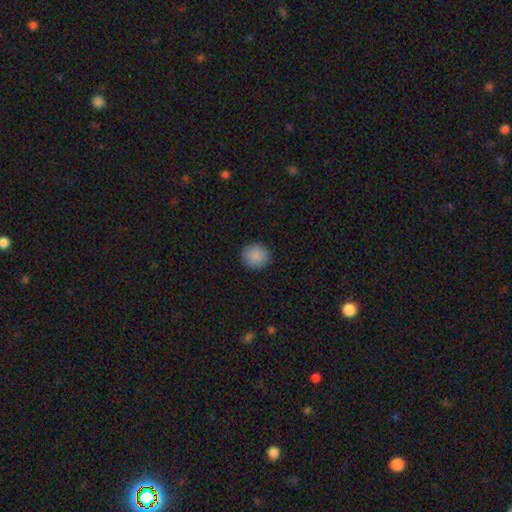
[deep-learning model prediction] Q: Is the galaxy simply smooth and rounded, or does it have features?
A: smooth — 89%.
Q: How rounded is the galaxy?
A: round — 90%.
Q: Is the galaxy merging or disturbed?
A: none — 91%.